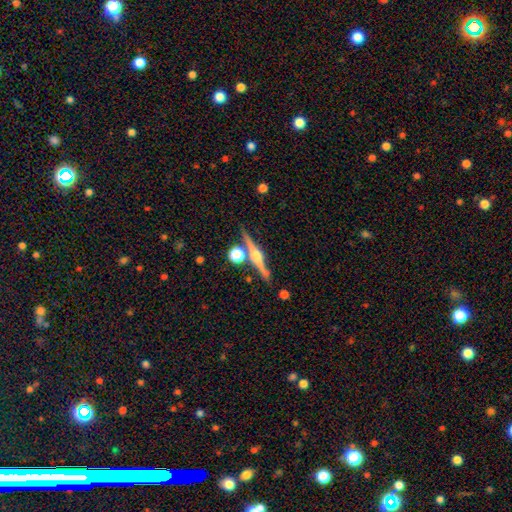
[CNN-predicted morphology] Smooth or featured? Predicted: featured or disk (p=0.82). Edge-on disk? Predicted: yes (p=0.98). Edge-on bulge? Predicted: rounded (p=0.93). Merging? Predicted: none (p=0.82).